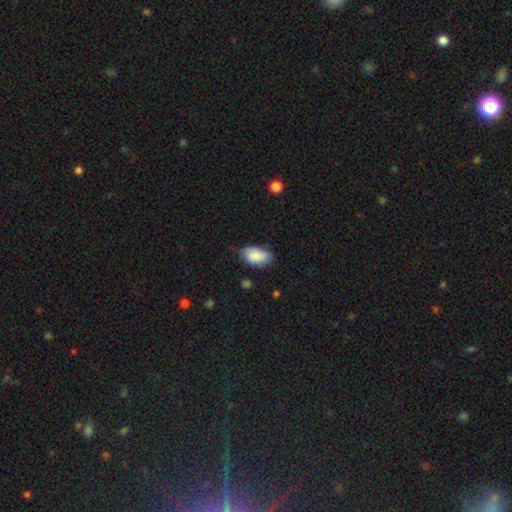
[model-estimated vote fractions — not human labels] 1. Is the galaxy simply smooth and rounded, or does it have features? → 87% smooth, 6% featured or disk, 6% star or artifact.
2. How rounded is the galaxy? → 94% in between, 4% round, 2% cigar-shaped.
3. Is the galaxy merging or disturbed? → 74% none, 21% minor disturbance, 3% major disturbance, 1% merger.